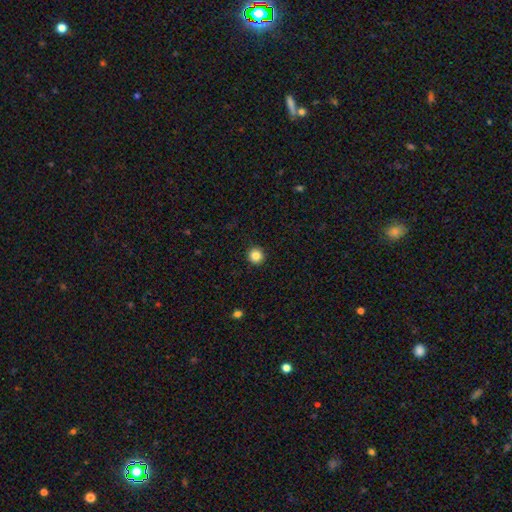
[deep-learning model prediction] Overall: smooth (85%). How rounded: round (95%). Merging: none (93%).